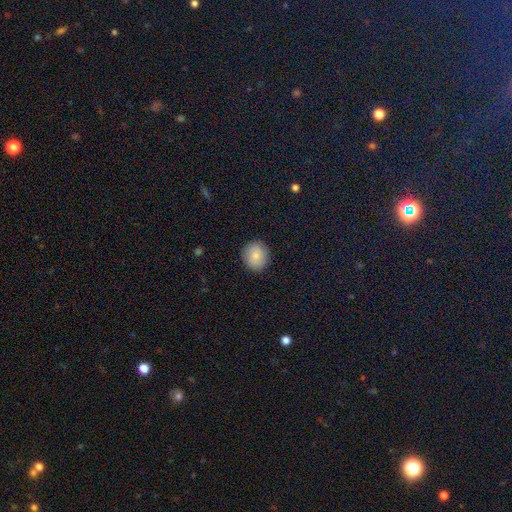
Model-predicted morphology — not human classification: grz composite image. It shows a smooth galaxy with no disk features (83%) that is round (76%). Merging: none (89%).